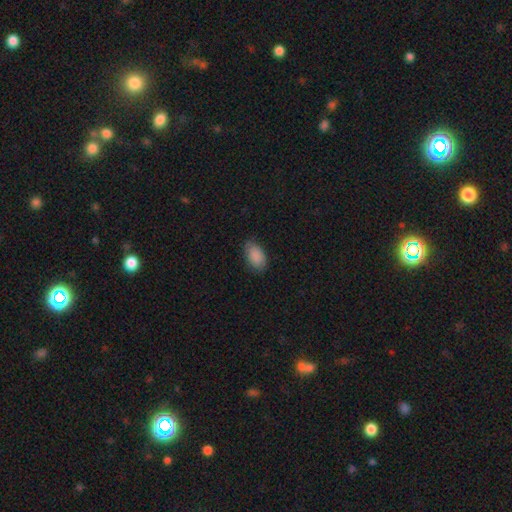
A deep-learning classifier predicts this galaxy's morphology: A smooth galaxy with no disk features (88%) that is in between round and cigar-shaped (93%).

Vote fractions:
- Smooth or featured? smooth: 88% / star or artifact: 7% / featured or disk: 6%
- How rounded? in between: 93% / round: 5% / cigar-shaped: 2%
- Merging? none: 78% / minor disturbance: 17% / major disturbance: 3% / merger: 1%